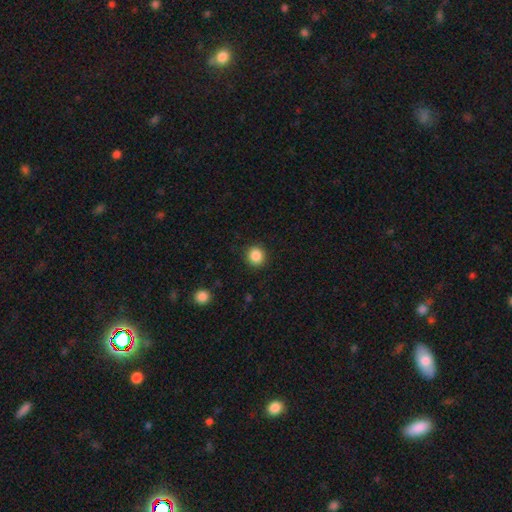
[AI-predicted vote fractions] smooth-or-featured: smooth: 87% | star or artifact: 10% | featured or disk: 3%
  how-rounded: round: 91% | in between: 8% | cigar-shaped: 1%
  merging: none: 91% | minor disturbance: 6% | major disturbance: 2% | merger: 1%